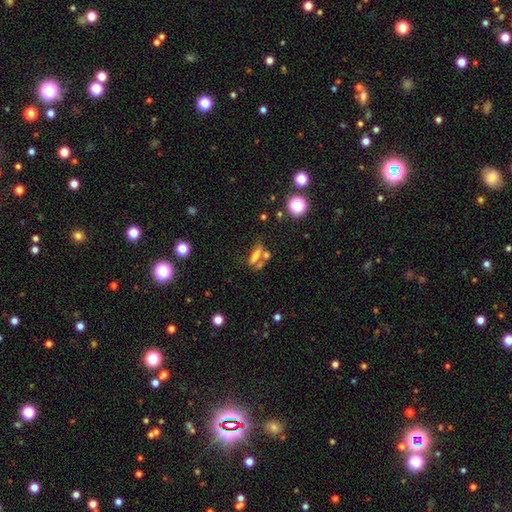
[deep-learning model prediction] Smooth or featured?
  - smooth: 62% *
  - featured or disk: 23%
  - star or artifact: 16%
How rounded?
  - in between: 50% *
  - cigar-shaped: 43%
  - round: 7%
Merging?
  - none: 43% *
  - merger: 34%
  - minor disturbance: 14%
  - major disturbance: 9%